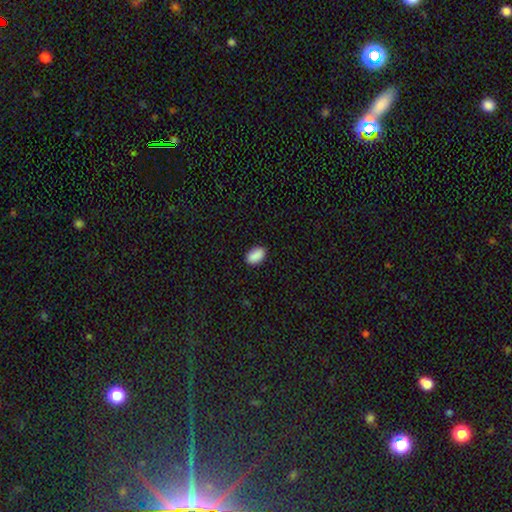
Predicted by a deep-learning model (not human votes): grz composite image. It shows a smooth galaxy with no disk features (90%) that is in between round and cigar-shaped (92%). Merging: none (88%).